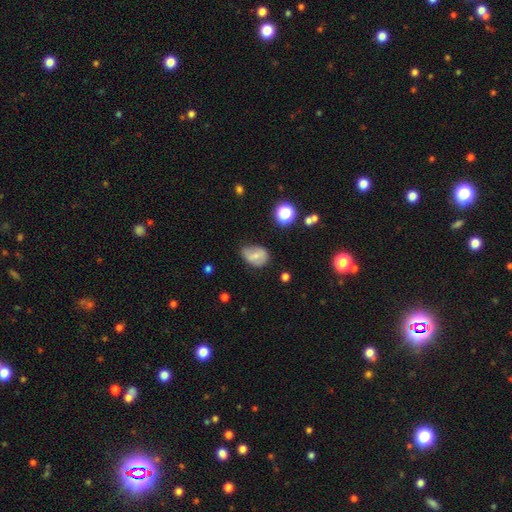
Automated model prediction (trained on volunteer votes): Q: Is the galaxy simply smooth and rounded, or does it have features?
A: smooth — 58%.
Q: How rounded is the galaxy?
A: in between — 71%.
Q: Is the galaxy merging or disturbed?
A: none — 43%.